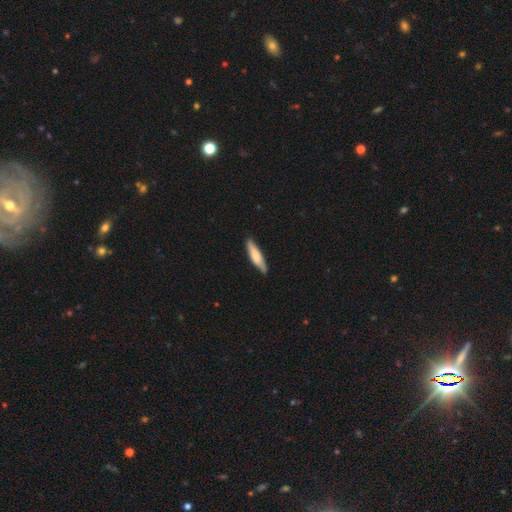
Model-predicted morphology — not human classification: smooth 69%, featured or disk 25%, star or artifact 5%. Down the decision tree: how rounded — cigar-shaped (76%); merging — none (79%).